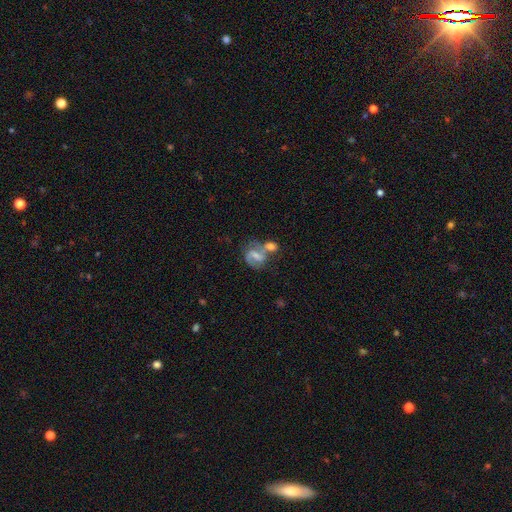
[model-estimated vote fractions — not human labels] Morphology: type=featured or disk (68%); edge-on=no (97%); bar=weak (47%); spiral arms=yes (88%); winding=medium (50%); arm count=2 (84%); bulge=small (44%); merging=merger (45%).